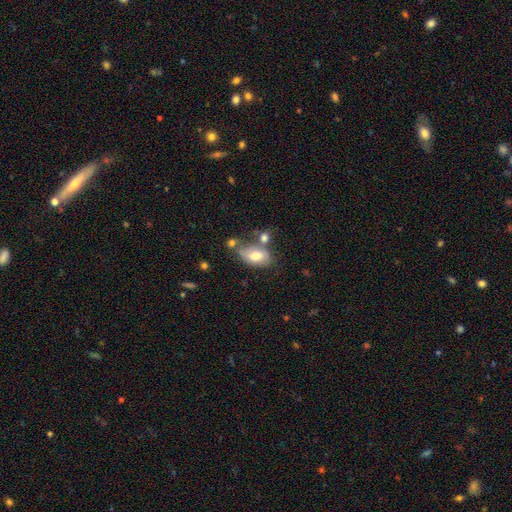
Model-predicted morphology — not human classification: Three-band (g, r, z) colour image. It shows a smooth galaxy with no disk features (70%) that is in between round and cigar-shaped (90%). Merging: none (46%).